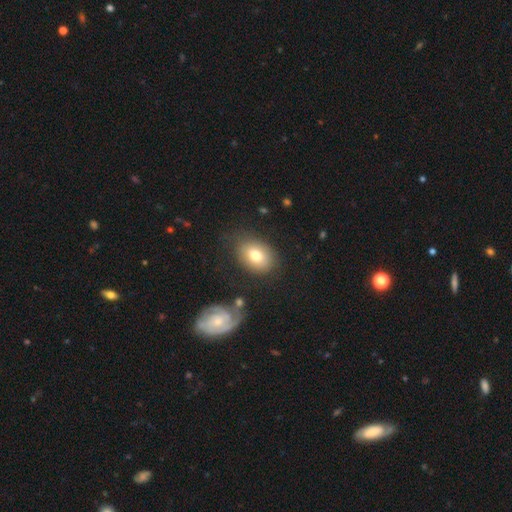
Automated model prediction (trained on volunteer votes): A smooth galaxy with no disk features (76%) that is in between round and cigar-shaped (72%).

Vote fractions:
- Smooth or featured? smooth: 76% / featured or disk: 17% / star or artifact: 8%
- How rounded? in between: 72% / round: 27% / cigar-shaped: 1%
- Merging? none: 74% / minor disturbance: 16% / major disturbance: 6% / merger: 4%